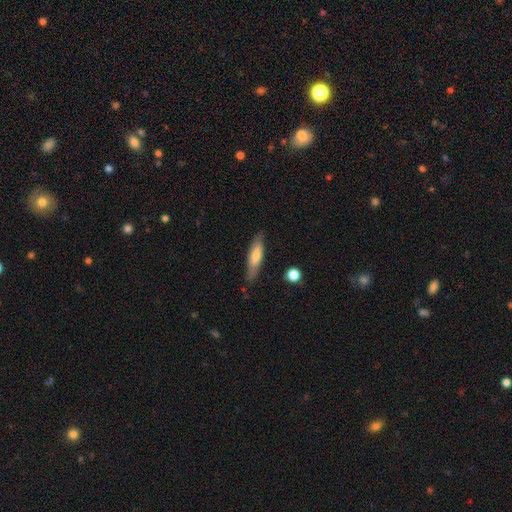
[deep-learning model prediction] The model was most divided on "smooth or featured": smooth: 62%, featured or disk: 32%, star or artifact: 6%. More confident: merging — none (79%); how rounded — cigar-shaped (77%).